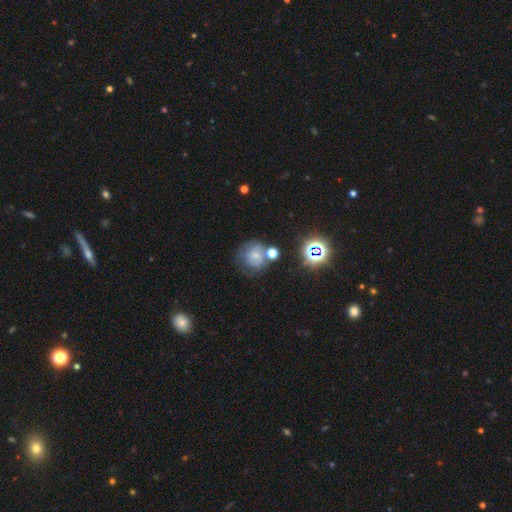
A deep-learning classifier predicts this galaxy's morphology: Smooth or featured? Predicted: smooth (p=0.55). How rounded? Predicted: round (p=0.82). Merging? Predicted: none (p=0.49).